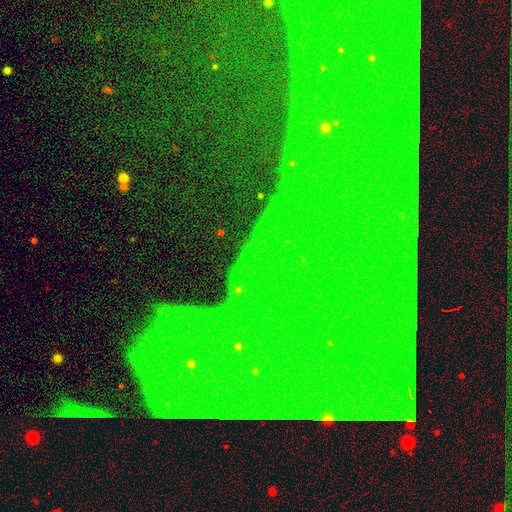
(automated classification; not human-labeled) Smooth or featured? star or artifact (85%)